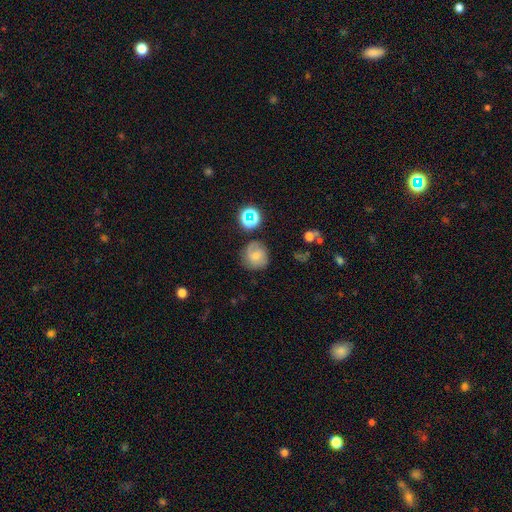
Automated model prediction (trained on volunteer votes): This is possibly a smooth galaxy (56%). How rounded: clearly round (89%). Merging: likely none (73%).